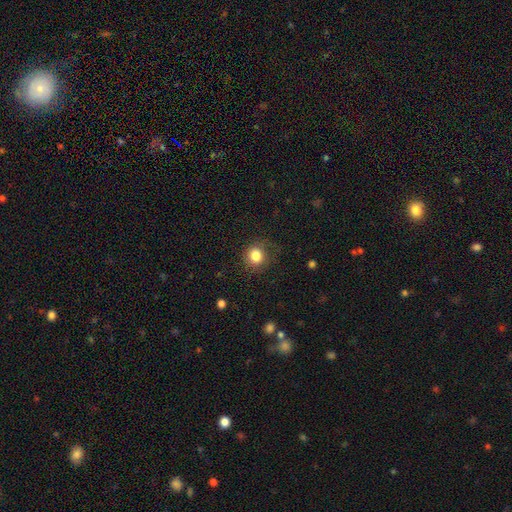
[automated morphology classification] Overall: smooth (83%). How rounded: round (83%). Merging: none (79%).